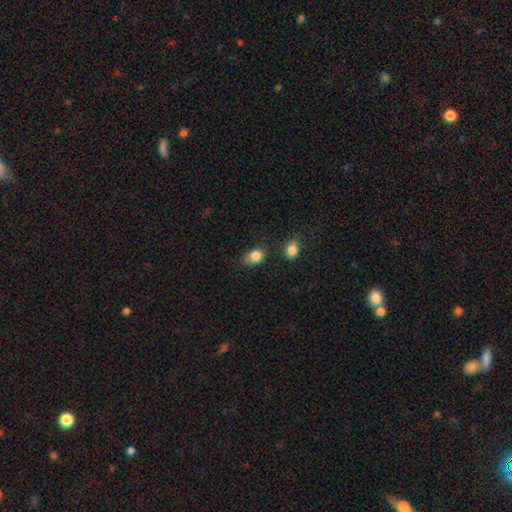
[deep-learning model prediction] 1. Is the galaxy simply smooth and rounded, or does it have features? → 85% smooth, 10% star or artifact, 6% featured or disk.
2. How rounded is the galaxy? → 63% in between, 35% round, 1% cigar-shaped.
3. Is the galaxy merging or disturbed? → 60% none, 27% minor disturbance, 7% merger, 6% major disturbance.